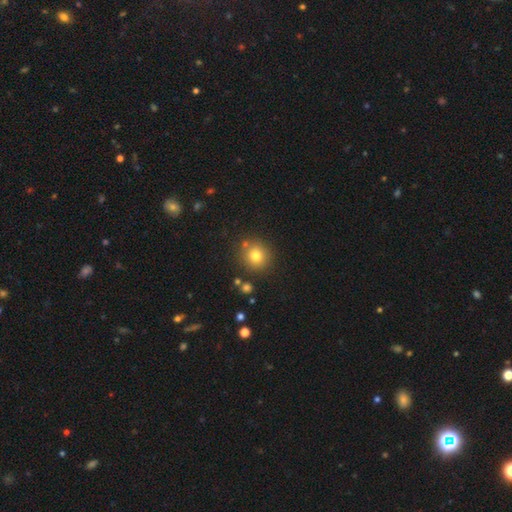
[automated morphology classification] A smooth galaxy with no disk features (77%) that is round (91%). Merging: none (82%).